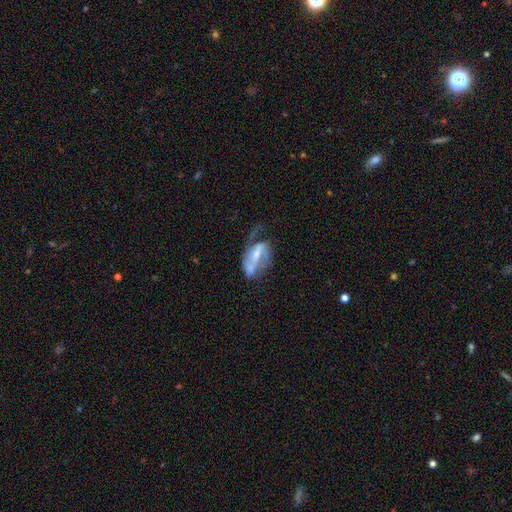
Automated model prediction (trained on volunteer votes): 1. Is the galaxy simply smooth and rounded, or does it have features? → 72% featured or disk, 21% smooth, 7% star or artifact.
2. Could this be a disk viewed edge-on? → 94% no, 6% yes.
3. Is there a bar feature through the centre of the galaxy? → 38% strong (tied), 38% weak (tied), 25% no.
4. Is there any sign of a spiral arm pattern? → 77% yes, 23% no.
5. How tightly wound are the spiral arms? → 45% loose, 37% medium, 17% tight.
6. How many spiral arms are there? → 62% 2, 20% 1, 13% can't tell, 3% 3, 1% 4, 1% more than 4.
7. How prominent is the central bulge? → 47% small, 35% moderate, 13% none, 4% large, 1% dominant.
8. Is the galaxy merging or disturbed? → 36% major disturbance, 31% none, 23% minor disturbance, 10% merger.